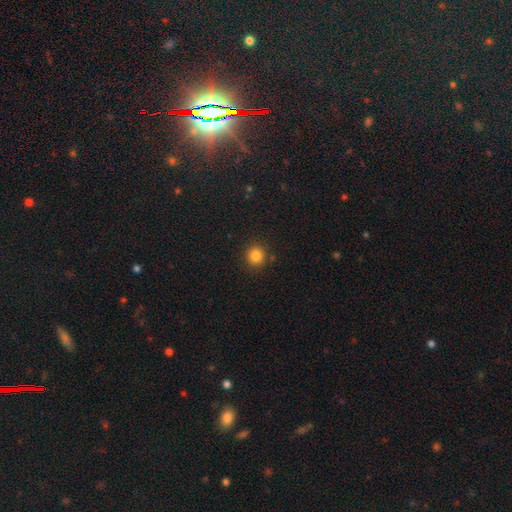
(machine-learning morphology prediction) type=smooth (84%); roundness=round (92%); merging=none (90%).